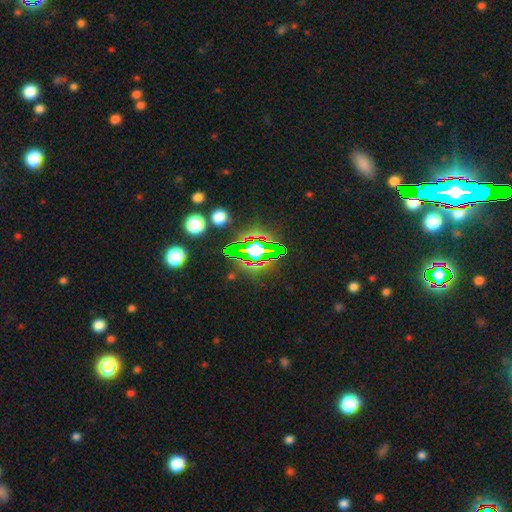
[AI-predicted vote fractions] This is likely a star or artifact rather than a galaxy (80%).